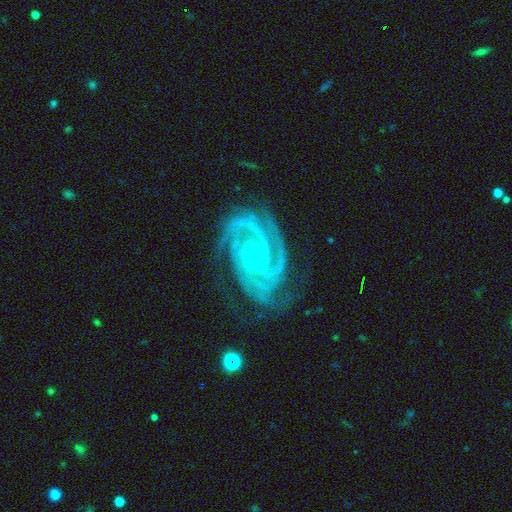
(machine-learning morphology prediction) Smooth or featured?
  - featured or disk: 93% *
  - star or artifact: 5%
  - smooth: 2%
Edge-on disk?
  - no: 98% *
  - yes: 2%
Bar?
  - no: 62% *
  - weak: 23%
  - strong: 14%
Spiral arms?
  - yes: 99% *
  - no: 1%
Spiral winding?
  - tight: 79% *
  - medium: 19%
  - loose: 2%
Spiral arm count?
  - 2: 32% *
  - 3: 31%
  - 4: 15%
  - can't tell: 9%
  - more than 4: 7%
  - 1: 6%
Bulge size?
  - small: 87% *
  - moderate: 9%
  - none: 2%
  - large: 1%
  - dominant: 1%
Merging?
  - none: 73% *
  - minor disturbance: 18%
  - major disturbance: 7%
  - merger: 2%